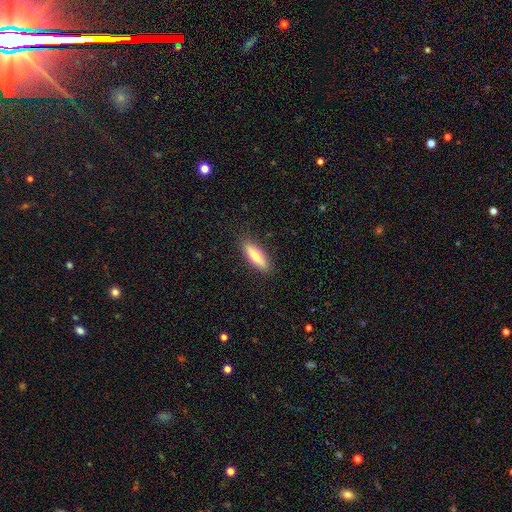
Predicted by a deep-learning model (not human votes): Morphology: type=smooth (65%); roundness=in between (50%); merging=none (88%).